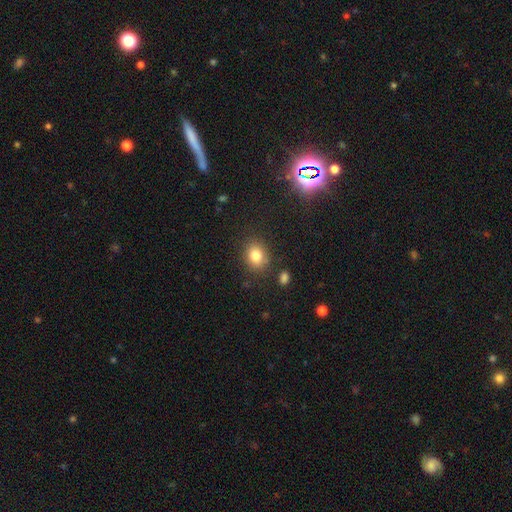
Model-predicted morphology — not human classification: A smooth galaxy with no disk features (82%) that is round (53%).

Vote fractions:
- Smooth or featured? smooth: 82% / star or artifact: 11% / featured or disk: 8%
- How rounded? round: 53% / in between: 46% / cigar-shaped: 1%
- Merging? none: 82% / minor disturbance: 11% / major disturbance: 3% / merger: 3%